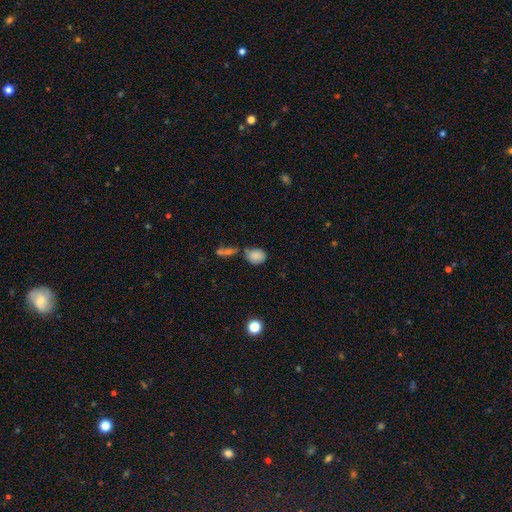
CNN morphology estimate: This appears to be a smooth galaxy with no disk features (83%) that is in between round and cigar-shaped (59%). Merging: none (55%).